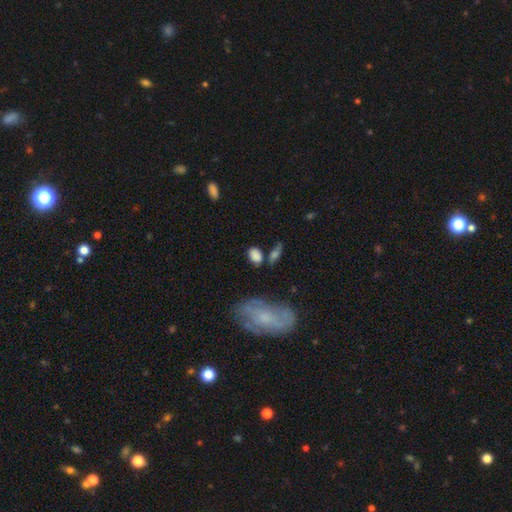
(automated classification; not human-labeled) The model was most divided on "merging": none: 59%, minor disturbance: 20%, merger: 13%, major disturbance: 8%. More confident: how rounded — in between (82%); smooth or featured — smooth (81%).